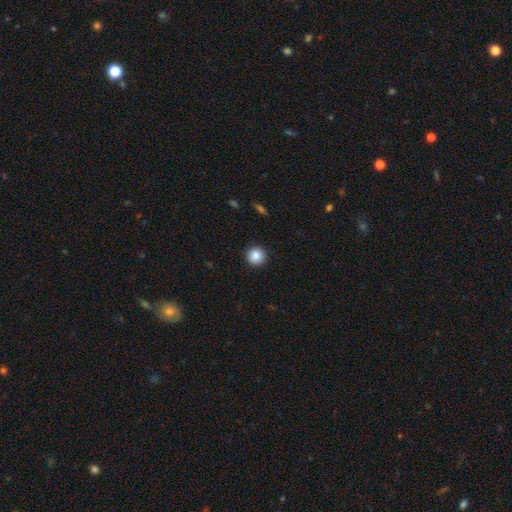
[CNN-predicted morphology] smooth-or-featured: smooth: 86% | star or artifact: 9% | featured or disk: 5%
  how-rounded: round: 94% | in between: 5% | cigar-shaped: 1%
  merging: none: 92% | minor disturbance: 6% | major disturbance: 2% | merger: 1%